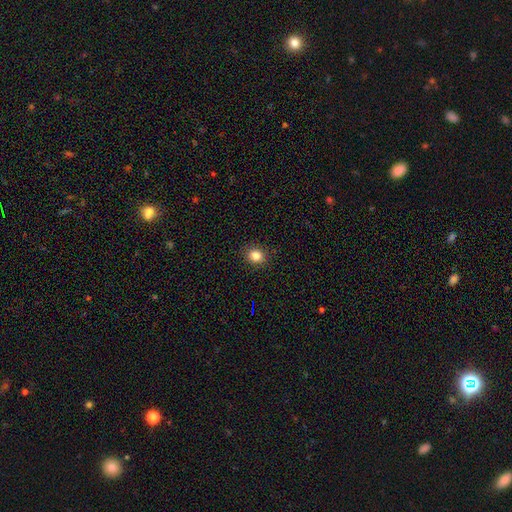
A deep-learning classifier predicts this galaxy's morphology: The model was most divided on "how rounded": round: 70%, in between: 29%, cigar-shaped: 1%. More confident: merging — none (89%); smooth or featured — smooth (84%).